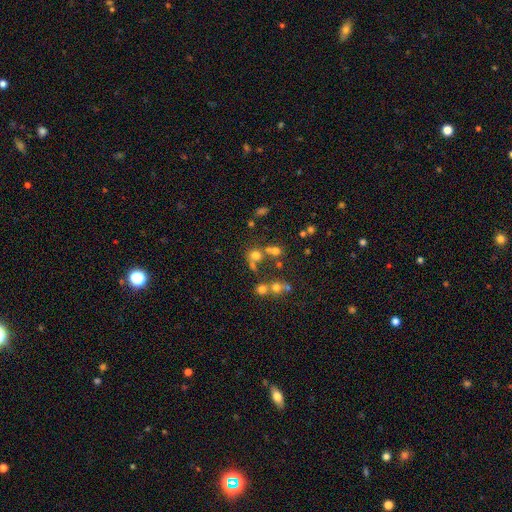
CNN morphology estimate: smooth_or_featured: smooth (p=0.65) [alt: star or artifact p=0.22]
how_rounded: round (p=0.81) [alt: in between p=0.18]
merging: none (p=0.51) [alt: merger p=0.33]